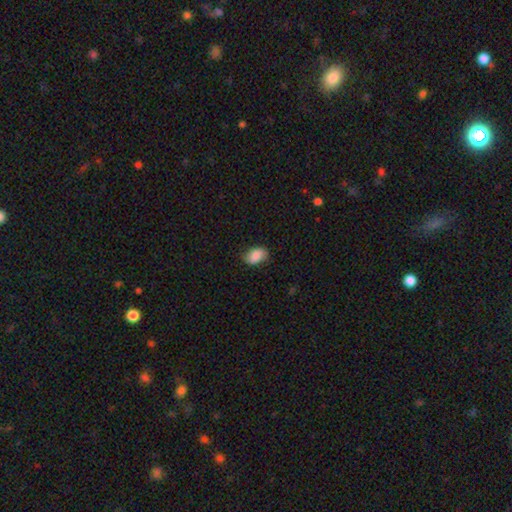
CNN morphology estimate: The model was most divided on "merging": none: 74%, minor disturbance: 21%, major disturbance: 4%, merger: 1%. More confident: how rounded — in between (84%); smooth or featured — smooth (82%).